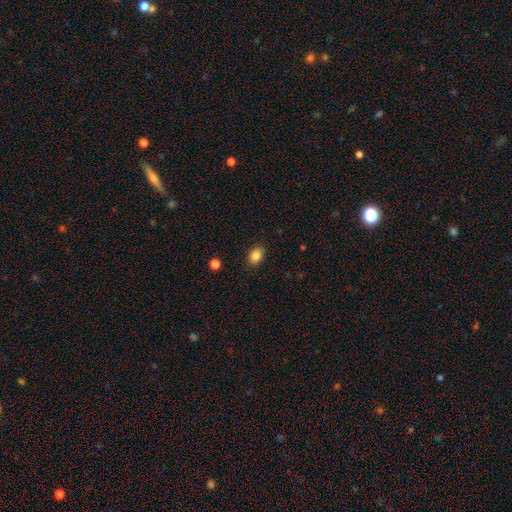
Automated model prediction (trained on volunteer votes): Smooth or featured: smooth — 85% (star or artifact — 9%)
How rounded: in between — 75% (round — 24%)
Merging: none — 88% (minor disturbance — 9%)